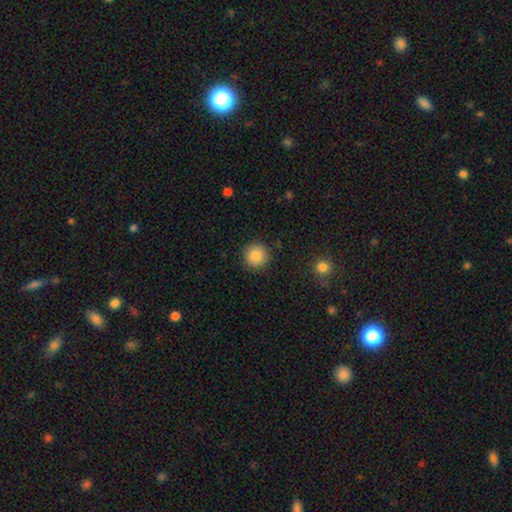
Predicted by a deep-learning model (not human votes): A smooth galaxy with no disk features (87%) that is round (95%).

Vote fractions:
- Smooth or featured? smooth: 87% / star or artifact: 9% / featured or disk: 4%
- How rounded? round: 95% / in between: 4% / cigar-shaped: 1%
- Merging? none: 91% / minor disturbance: 6% / major disturbance: 2% / merger: 1%